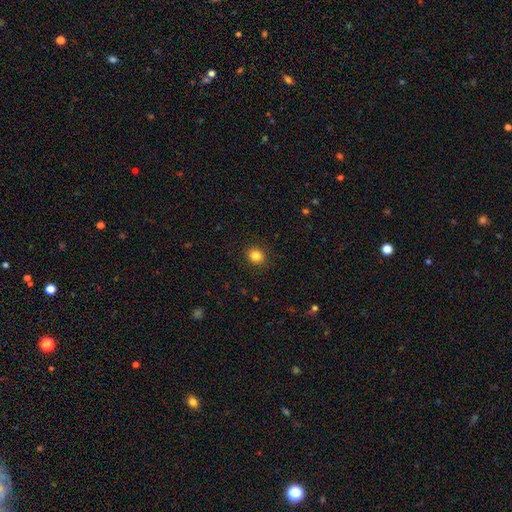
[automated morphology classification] Q: Smooth or featured?
A: smooth (84%); runner-up: star or artifact (11%)
Q: How rounded?
A: round (80%); runner-up: in between (20%)
Q: Merging?
A: none (91%); runner-up: minor disturbance (6%)